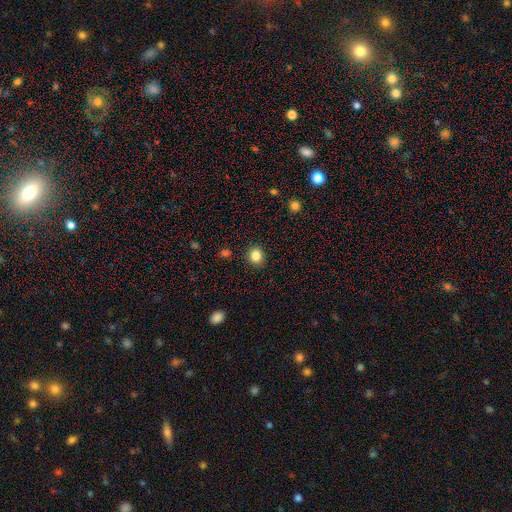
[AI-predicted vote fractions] This is clearly a smooth galaxy (84%). How rounded: clearly round (86%). Merging: clearly none (91%).